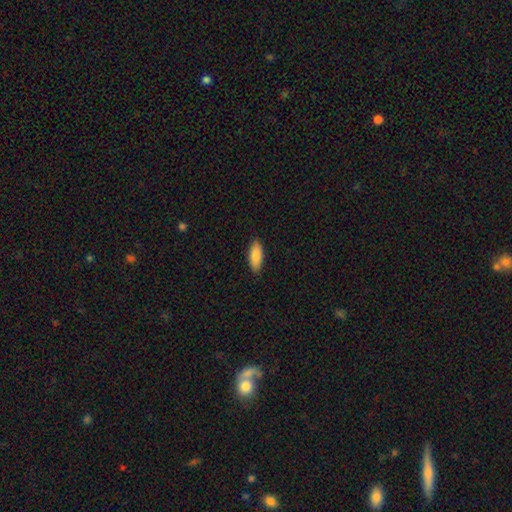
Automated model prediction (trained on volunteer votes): smooth-or-featured: smooth: 86% | featured or disk: 8% | star or artifact: 6%
  how-rounded: in between: 78% | cigar-shaped: 20% | round: 2%
  merging: none: 87% | minor disturbance: 10% | major disturbance: 2% | merger: 1%